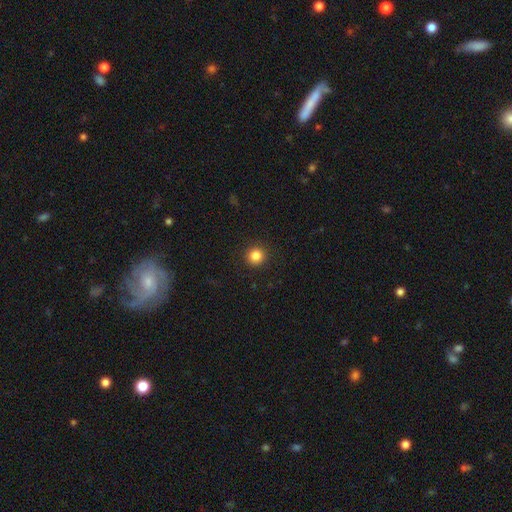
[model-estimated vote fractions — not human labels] smooth_or_featured: smooth (p=0.84) [alt: star or artifact p=0.11]
how_rounded: round (p=0.95) [alt: in between p=0.04]
merging: none (p=0.93) [alt: minor disturbance p=0.05]